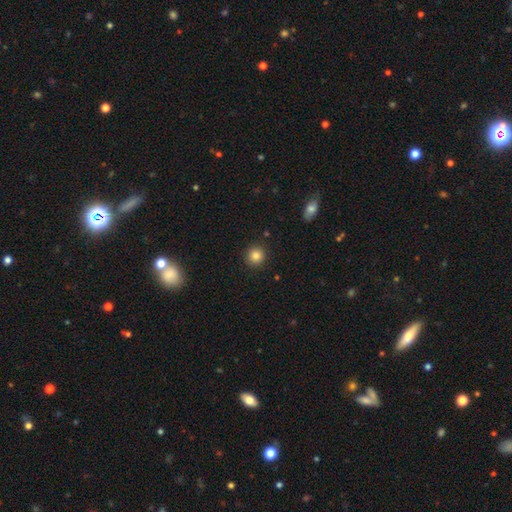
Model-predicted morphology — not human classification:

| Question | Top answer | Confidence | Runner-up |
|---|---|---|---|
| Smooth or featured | smooth | 84% | star or artifact (11%) |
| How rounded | round | 92% | in between (7%) |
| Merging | none | 90% | minor disturbance (6%) |